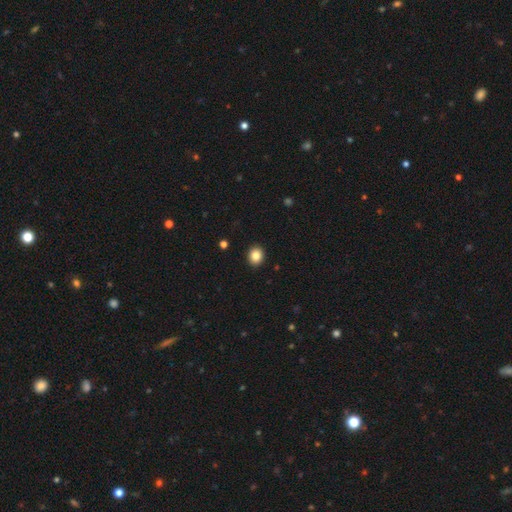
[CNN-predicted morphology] Overall: smooth (85%). How rounded: round (67%; in between 33%). Merging: none (92%).